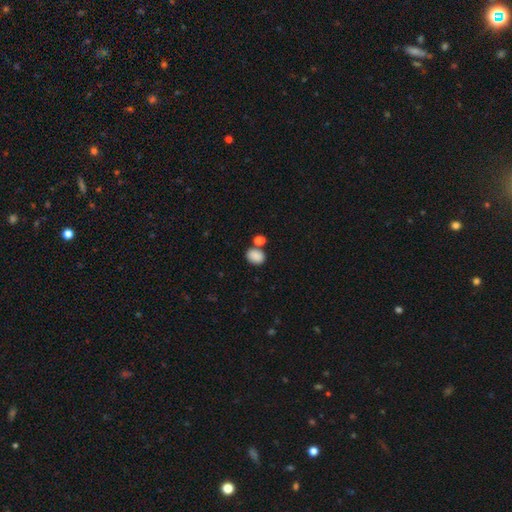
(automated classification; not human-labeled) Morphology: type=smooth (87%); roundness=in between (67%); merging=none (63%).